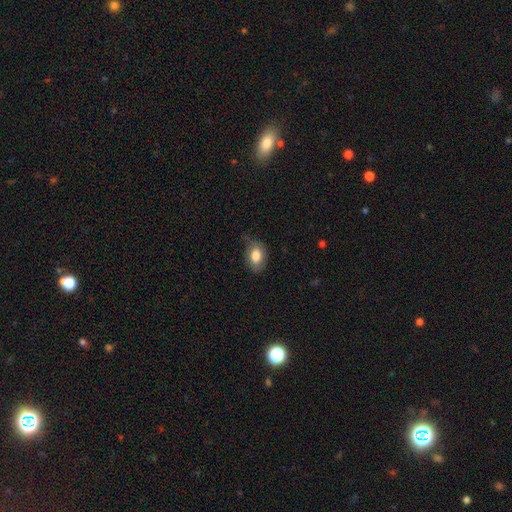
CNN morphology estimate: Smooth or featured? Predicted: smooth (p=0.79). How rounded? Predicted: in between (p=0.82). Merging? Predicted: none (p=0.60).